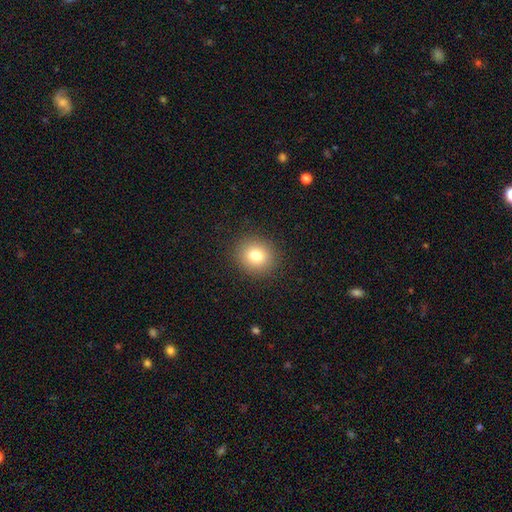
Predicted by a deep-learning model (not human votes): The model was most divided on "how rounded": round: 82%, in between: 17%, cigar-shaped: 1%. More confident: merging — none (91%); smooth or featured — smooth (79%).